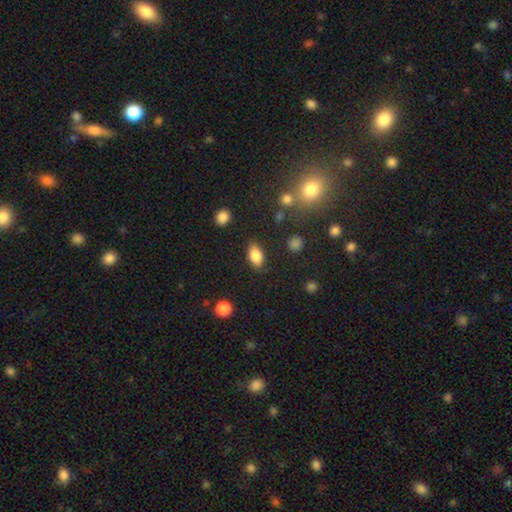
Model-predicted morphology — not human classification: smooth 84%, star or artifact 8%, featured or disk 7%. Down the decision tree: how rounded — in between (89%); merging — none (83%).